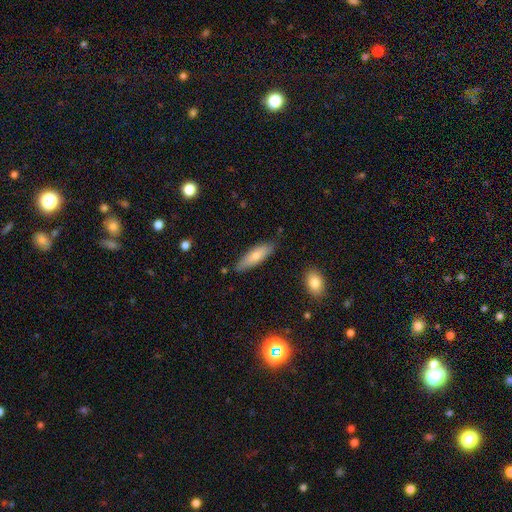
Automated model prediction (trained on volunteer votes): Smooth or featured? Predicted: smooth (p=0.73). How rounded? Predicted: cigar-shaped (p=0.57). Merging? Predicted: none (p=0.78).